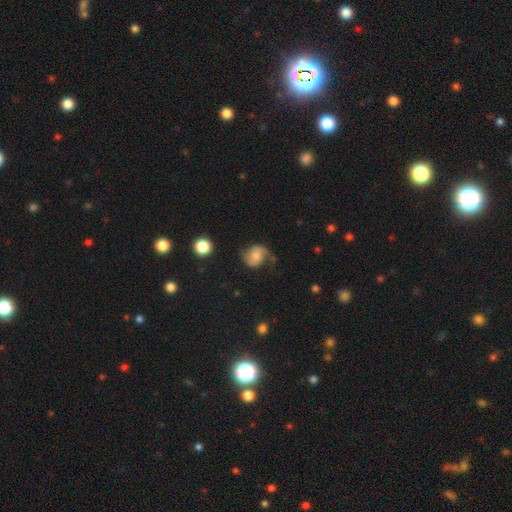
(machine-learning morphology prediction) smooth_or_featured: featured or disk (p=0.64) [alt: smooth p=0.28]
disk_edge_on: no (p=0.98) [alt: yes p=0.02]
bar: no (p=0.58) [alt: weak p=0.35]
has_spiral_arms: yes (p=0.93) [alt: no p=0.07]
spiral_winding: loose (p=0.43) [alt: medium p=0.42]
spiral_arm_count: 2 (p=0.80) [alt: 1 p=0.13]
bulge_size: moderate (p=0.41) [alt: small p=0.33]
merging: none (p=0.57) [alt: minor disturbance p=0.24]